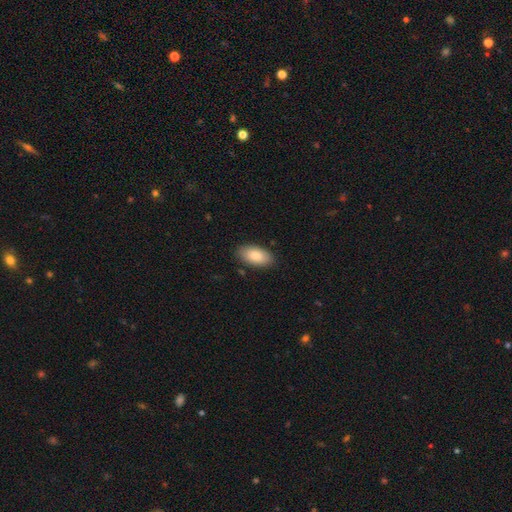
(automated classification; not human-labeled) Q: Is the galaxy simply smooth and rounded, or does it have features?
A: smooth — 87%.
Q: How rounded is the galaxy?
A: in between — 94%.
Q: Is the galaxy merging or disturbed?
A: none — 86%.